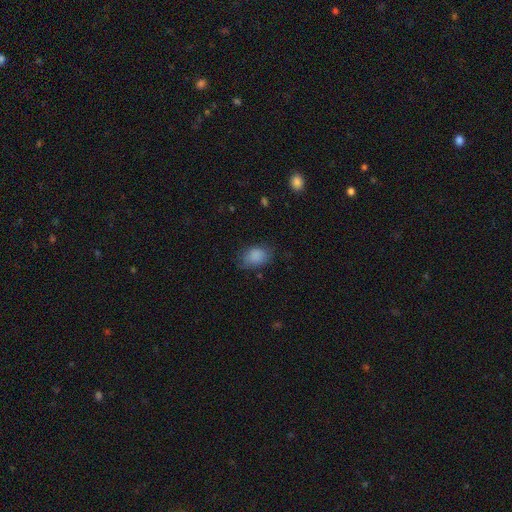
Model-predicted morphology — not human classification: Overall: smooth (85%). How rounded: in between (77%). Merging: none (68%).